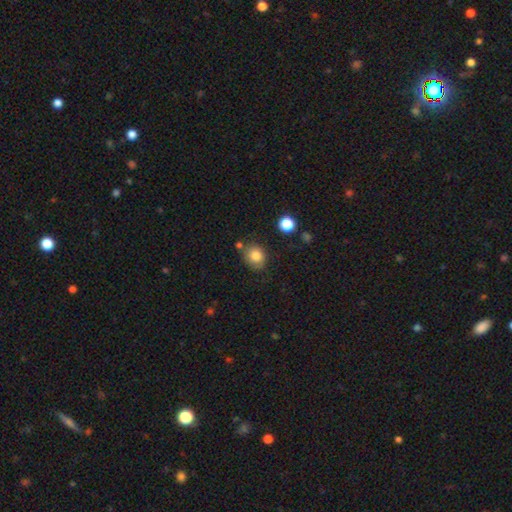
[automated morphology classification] Smooth or featured? Predicted: smooth (p=0.81). How rounded? Predicted: round (p=0.67). Merging? Predicted: none (p=0.71).